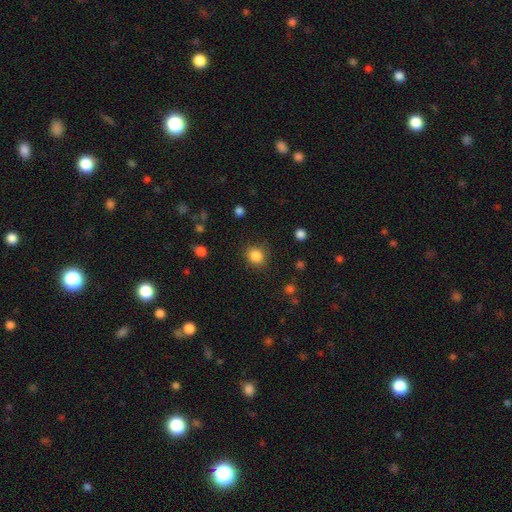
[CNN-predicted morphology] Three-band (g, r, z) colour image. It shows a smooth galaxy with no disk features (85%) that is round (80%). Merging: none (85%).